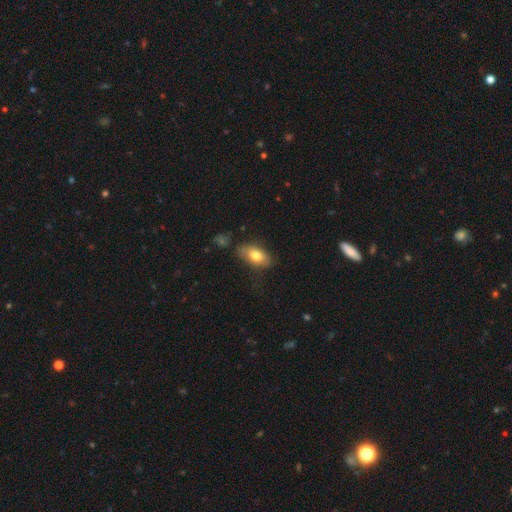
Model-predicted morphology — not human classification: smooth_or_featured: smooth (p=0.77) [alt: featured or disk p=0.16]
how_rounded: in between (p=0.90) [alt: round p=0.05]
merging: none (p=0.75) [alt: minor disturbance p=0.18]